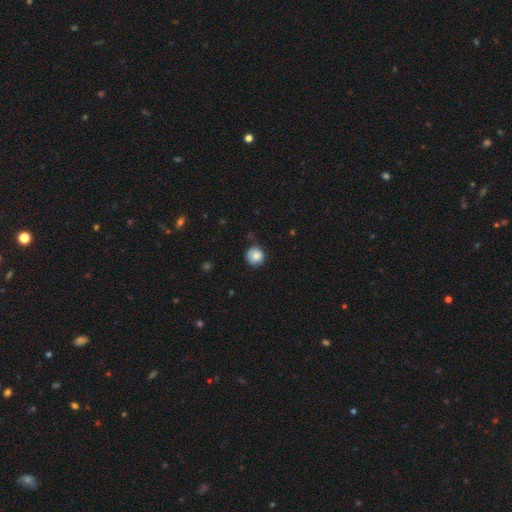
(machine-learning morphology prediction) Overall: smooth (83%). How rounded: round (91%). Merging: none (73%).